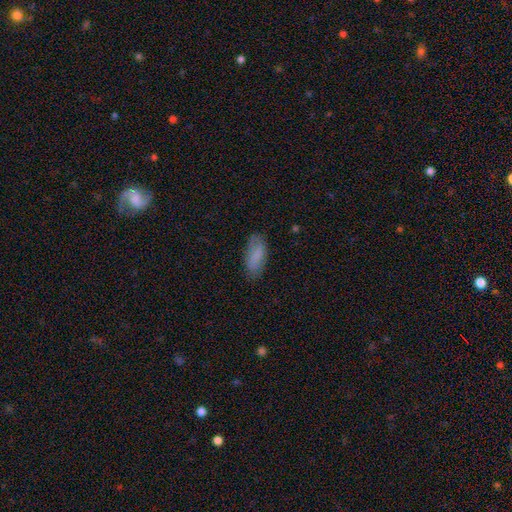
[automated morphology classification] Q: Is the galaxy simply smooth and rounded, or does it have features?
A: smooth — 81%.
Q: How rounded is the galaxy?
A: in between — 84%.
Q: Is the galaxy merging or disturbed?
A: none — 77%.